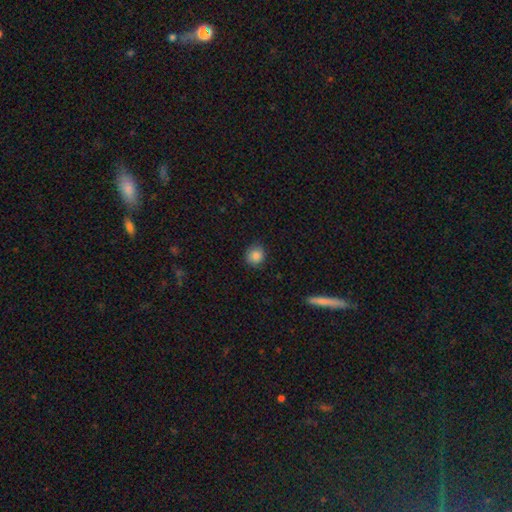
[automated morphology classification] Smooth or featured: smooth — 86% (star or artifact — 9%)
How rounded: round — 87% (in between — 12%)
Merging: none — 86% (minor disturbance — 11%)